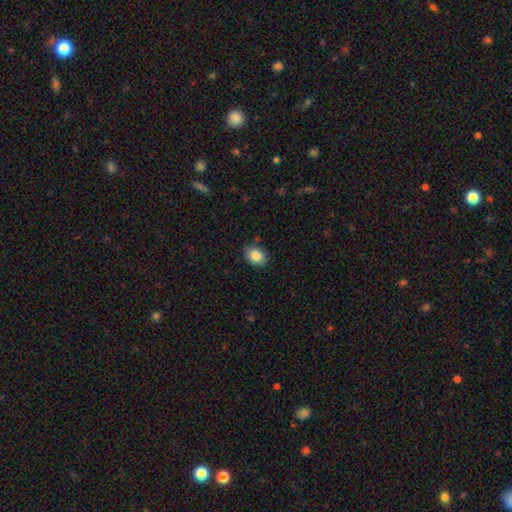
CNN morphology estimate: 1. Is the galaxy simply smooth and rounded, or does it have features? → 87% smooth, 8% star or artifact, 5% featured or disk.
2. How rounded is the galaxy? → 65% in between, 34% round, 1% cigar-shaped.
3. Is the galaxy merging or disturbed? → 86% none, 10% minor disturbance, 2% major disturbance, 1% merger.